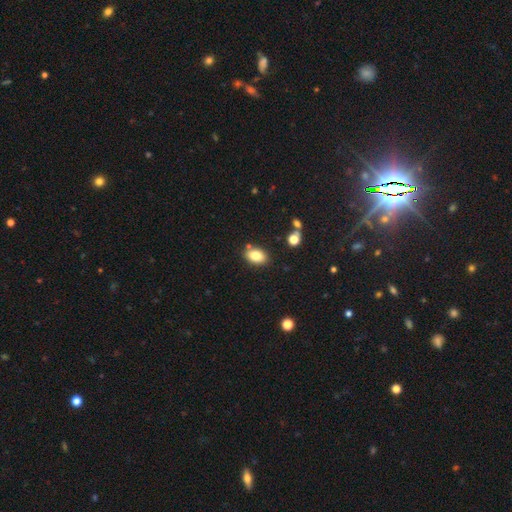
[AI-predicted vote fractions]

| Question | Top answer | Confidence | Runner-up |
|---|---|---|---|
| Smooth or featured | smooth | 83% | star or artifact (9%) |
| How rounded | in between | 85% | round (14%) |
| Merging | none | 80% | minor disturbance (11%) |